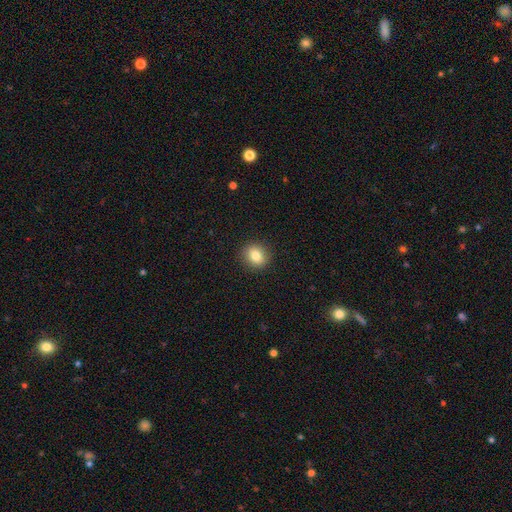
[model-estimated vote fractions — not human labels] smooth_or_featured: smooth (p=0.82) [alt: star or artifact p=0.10]
how_rounded: round (p=0.75) [alt: in between p=0.24]
merging: none (p=0.91) [alt: minor disturbance p=0.06]